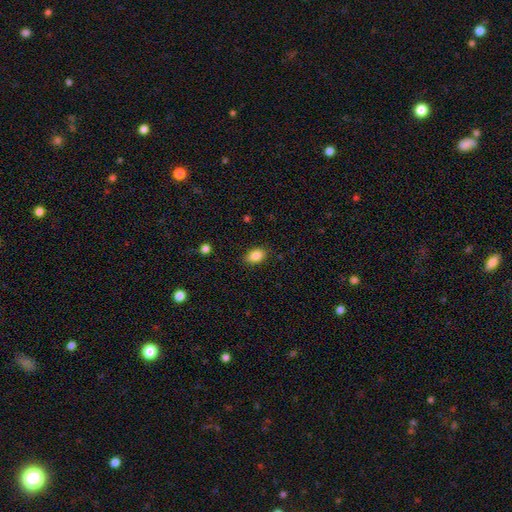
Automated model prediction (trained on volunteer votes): The model was most divided on "how rounded": in between: 85%, round: 13%, cigar-shaped: 2%. More confident: smooth or featured — smooth (86%); merging — none (85%).